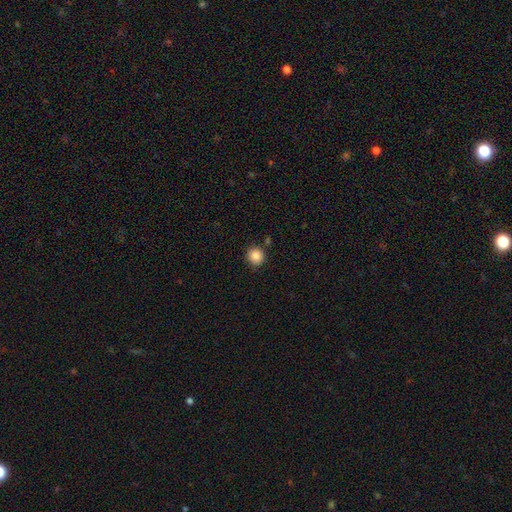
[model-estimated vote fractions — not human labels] Smooth or featured? Predicted: smooth (p=0.87). How rounded? Predicted: round (p=0.92). Merging? Predicted: none (p=0.85).